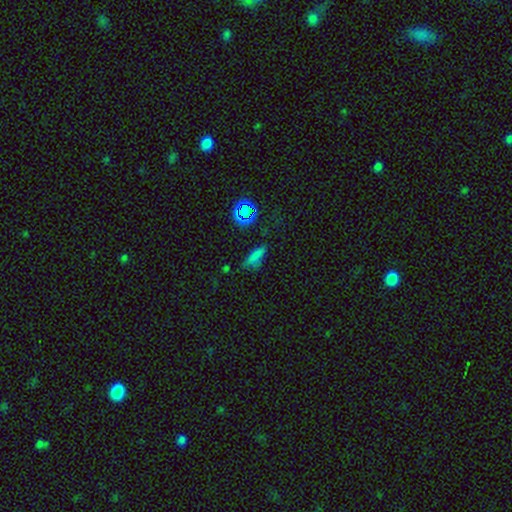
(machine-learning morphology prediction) This appears to be a smooth galaxy with no disk features (66%) that is cigar-shaped (48%). Merging: none (61%).